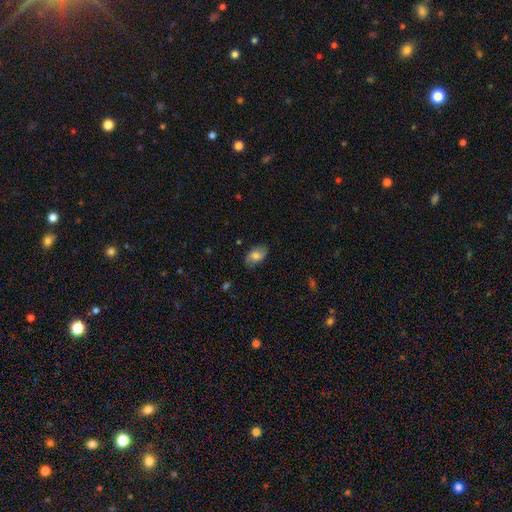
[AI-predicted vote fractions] Morphology: type=smooth (75%); roundness=in between (91%); merging=none (78%).